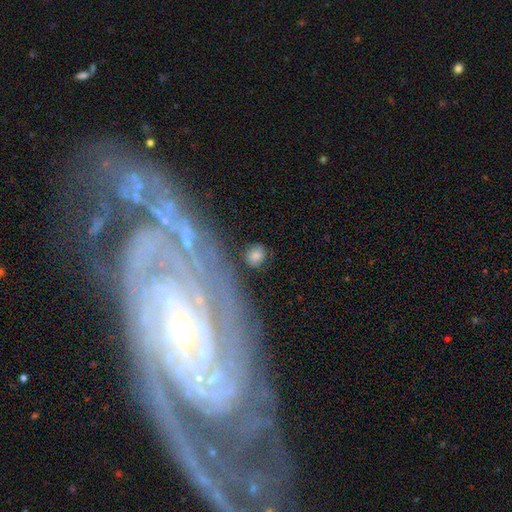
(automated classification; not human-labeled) This is likely a smooth galaxy (74%). How rounded: likely round (79%). Merging: likely none (79%).